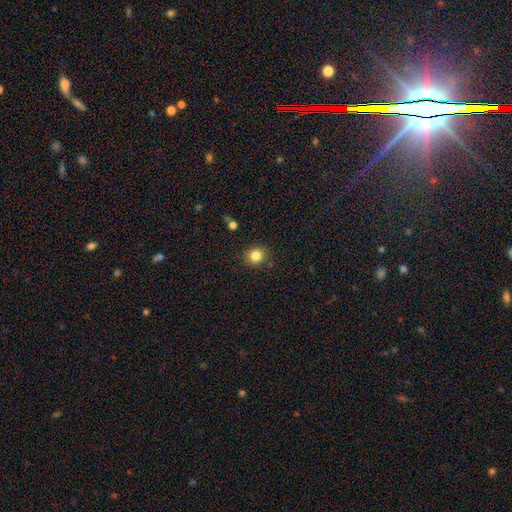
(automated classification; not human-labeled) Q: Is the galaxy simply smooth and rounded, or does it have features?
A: smooth — 83%.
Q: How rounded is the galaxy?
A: round — 88%.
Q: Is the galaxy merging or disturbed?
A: none — 87%.